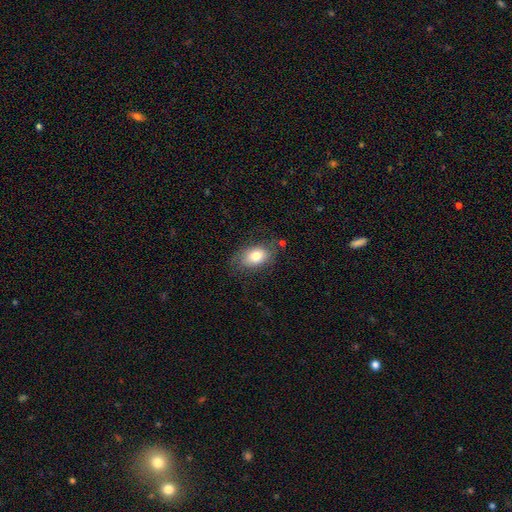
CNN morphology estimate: Smooth or featured? Predicted: smooth (p=0.75). How rounded? Predicted: in between (p=0.83). Merging? Predicted: none (p=0.68).